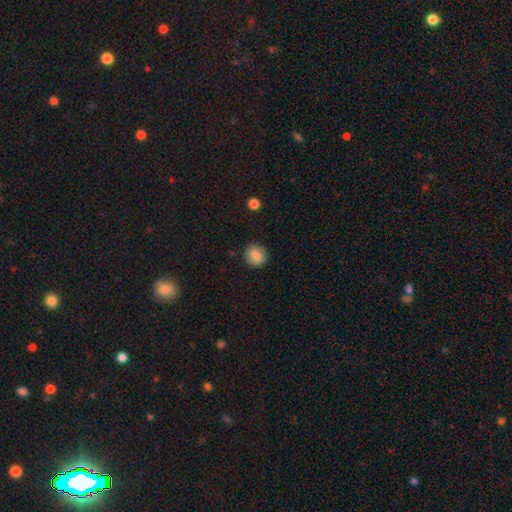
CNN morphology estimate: This is clearly a smooth galaxy (85%). How rounded: clearly round (81%). Merging: clearly none (87%).